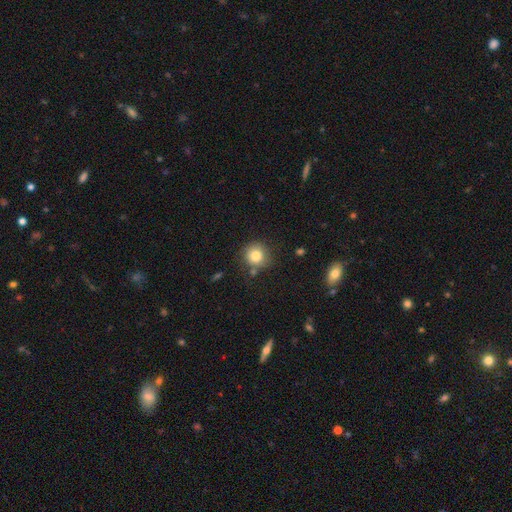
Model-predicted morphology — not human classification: type=smooth (81%); roundness=round (91%); merging=none (79%).